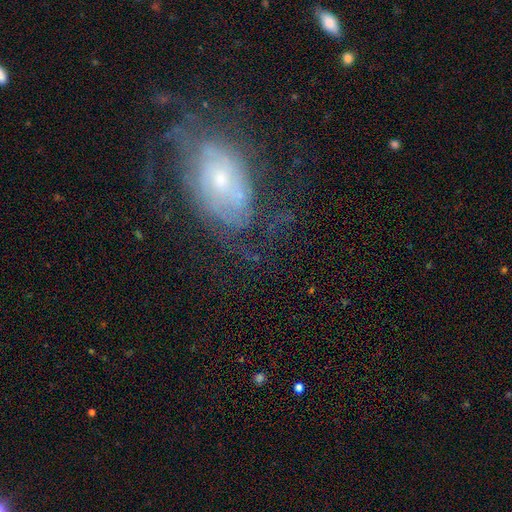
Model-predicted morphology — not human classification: Q: Smooth or featured?
A: featured or disk (68%); runner-up: smooth (19%)
Q: Edge-on disk?
A: no (93%); runner-up: yes (7%)
Q: Bar?
A: no (74%); runner-up: weak (20%)
Q: Spiral arms?
A: yes (78%); runner-up: no (22%)
Q: Bulge size?
A: small (64%); runner-up: moderate (28%)
Q: Merging?
A: none (65%); runner-up: minor disturbance (17%)